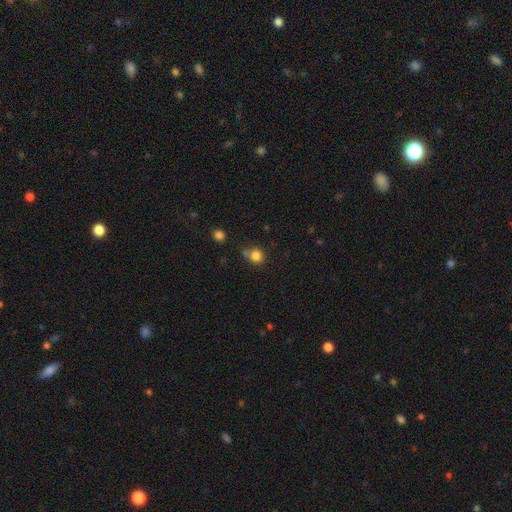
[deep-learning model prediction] Overall: smooth (83%). How rounded: round (85%). Merging: none (64%).